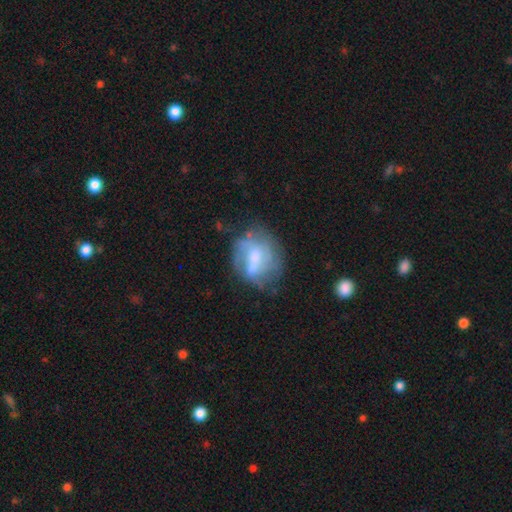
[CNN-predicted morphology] smooth-or-featured: featured or disk: 53% | smooth: 38% | star or artifact: 9%
  disk-edge-on: no: 96% | yes: 4%
    bar: weak: 42% (tied) | no: 42% (tied) | strong: 15%
    has-spiral-arms: no: 52% | yes: 48%
    bulge-size: moderate: 41% | small: 26% | none: 20% | large: 11% | dominant: 2%
  merging: none: 50% | minor disturbance: 26% | major disturbance: 19% | merger: 5%